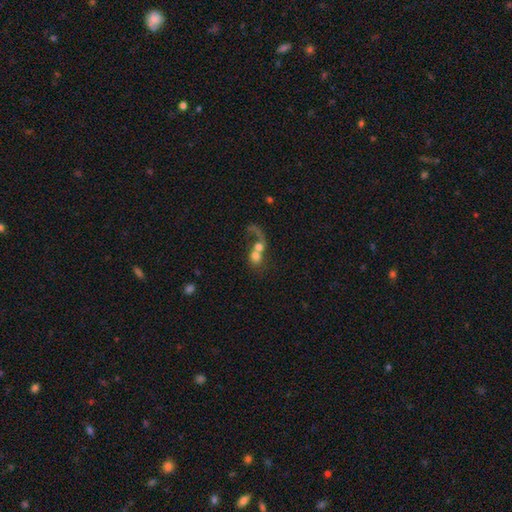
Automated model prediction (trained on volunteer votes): smooth-or-featured: smooth: 50% | featured or disk: 39% | star or artifact: 11%
  how-rounded: round: 61% | in between: 36% | cigar-shaped: 3%
  merging: merger: 72% | major disturbance: 13% | none: 11% | minor disturbance: 5%